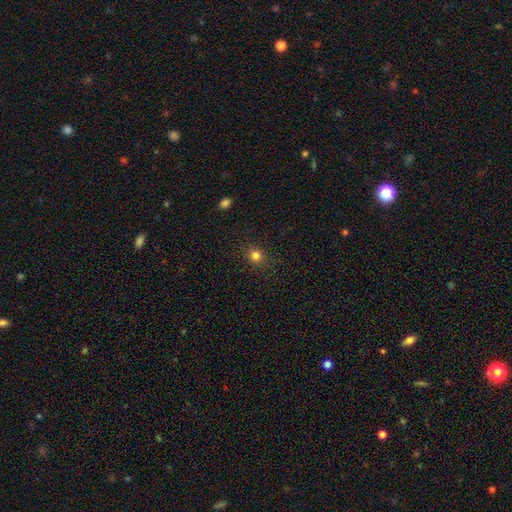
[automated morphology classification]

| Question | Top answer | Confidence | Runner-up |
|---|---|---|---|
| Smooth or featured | smooth | 81% | star or artifact (13%) |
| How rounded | round | 80% | in between (19%) |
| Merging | none | 88% | minor disturbance (9%) |